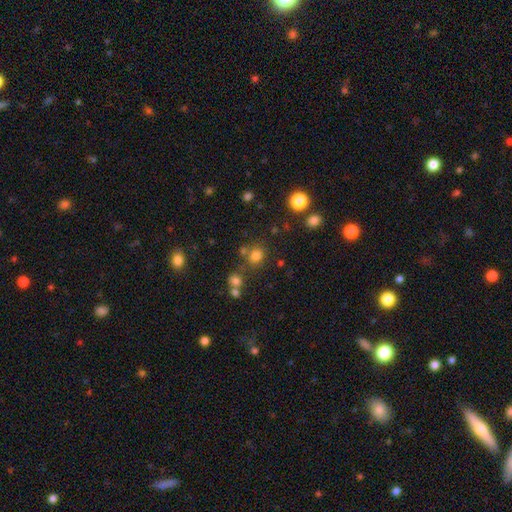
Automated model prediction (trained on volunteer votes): smooth-or-featured: smooth: 77% | star or artifact: 17% | featured or disk: 6%
  how-rounded: round: 83% | in between: 16% | cigar-shaped: 1%
  merging: none: 73% | merger: 12% | minor disturbance: 10% | major disturbance: 4%